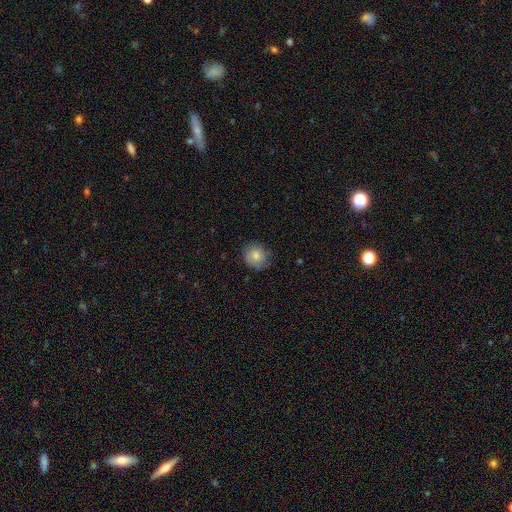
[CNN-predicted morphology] type=smooth (78%); roundness=round (84%); merging=none (71%).